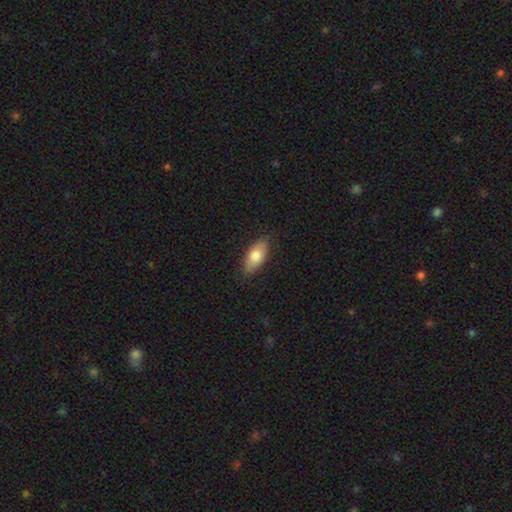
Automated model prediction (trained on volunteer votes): A smooth galaxy with no disk features (78%) that is in between round and cigar-shaped (87%).

Vote fractions:
- Smooth or featured? smooth: 78% / featured or disk: 16% / star or artifact: 6%
- How rounded? in between: 87% / cigar-shaped: 10% / round: 3%
- Merging? none: 85% / minor disturbance: 12% / major disturbance: 2% / merger: 1%